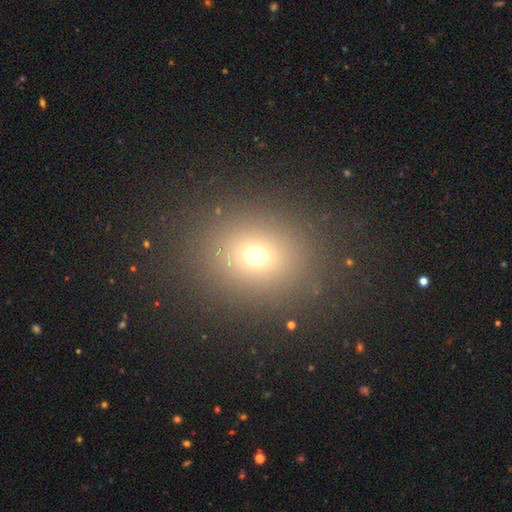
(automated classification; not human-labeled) A smooth galaxy with no disk features (67%) that is round (66%).

Vote fractions:
- Smooth or featured? smooth: 67% / star or artifact: 23% / featured or disk: 9%
- How rounded? round: 66% / in between: 33% / cigar-shaped: 1%
- Merging? none: 88% / minor disturbance: 7% / major disturbance: 4% / merger: 1%